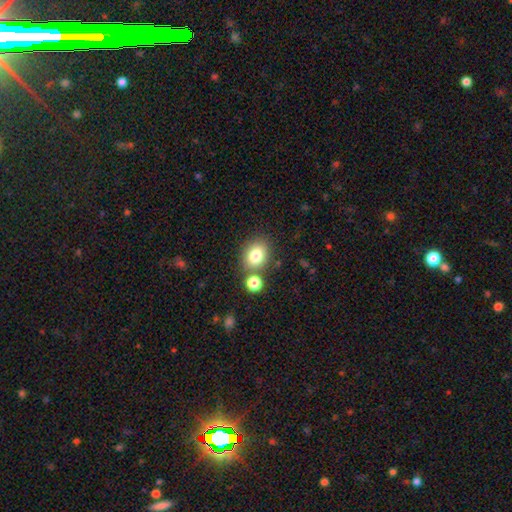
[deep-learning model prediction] Smooth or featured?
  - smooth: 81% *
  - star or artifact: 11%
  - featured or disk: 8%
How rounded?
  - in between: 50% * (tied)
  - round: 50% * (tied)
  - cigar-shaped: 1%
Merging?
  - none: 73% *
  - merger: 13%
  - minor disturbance: 11%
  - major disturbance: 4%